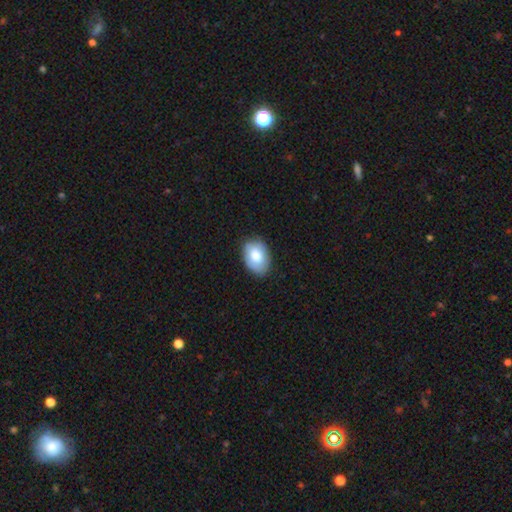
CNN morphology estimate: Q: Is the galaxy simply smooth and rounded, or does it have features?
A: smooth — 77%.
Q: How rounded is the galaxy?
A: in between — 85%.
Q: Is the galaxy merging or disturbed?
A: none — 78%.